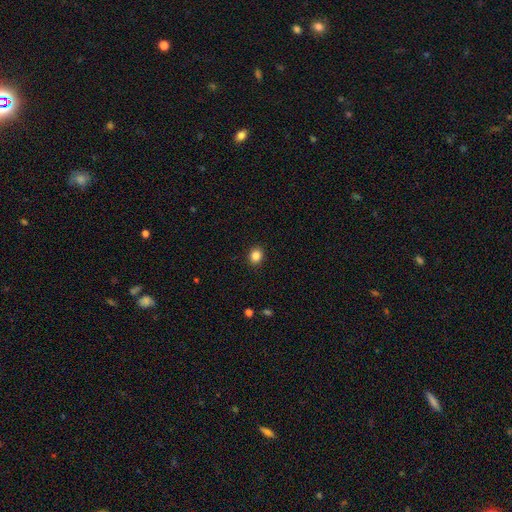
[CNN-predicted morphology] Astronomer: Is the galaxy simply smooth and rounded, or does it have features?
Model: smooth — 85%.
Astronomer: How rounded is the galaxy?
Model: round — 71%.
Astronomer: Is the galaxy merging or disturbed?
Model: none — 91%.